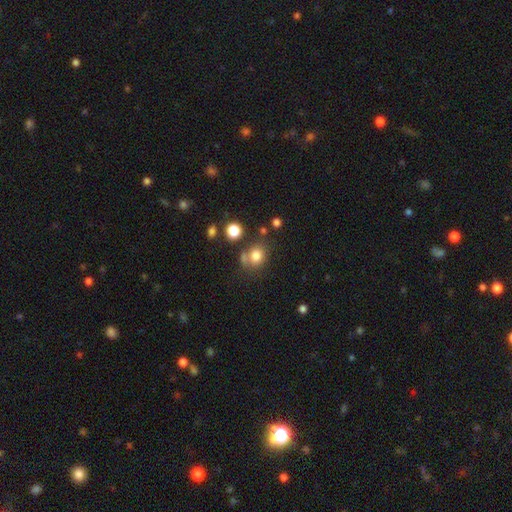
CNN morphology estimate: This appears to be a smooth galaxy with no disk features (79%) that is round (70%). Merging: none (61%).